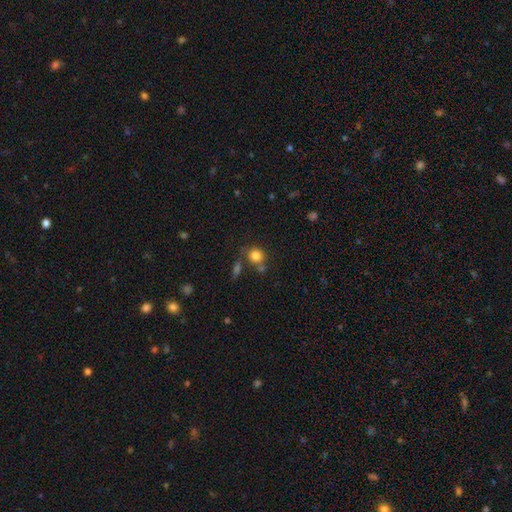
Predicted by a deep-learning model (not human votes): smooth_or_featured: smooth (p=0.82) [alt: star or artifact p=0.11]
how_rounded: round (p=0.79) [alt: in between p=0.20]
merging: none (p=0.63) [alt: merger p=0.17]